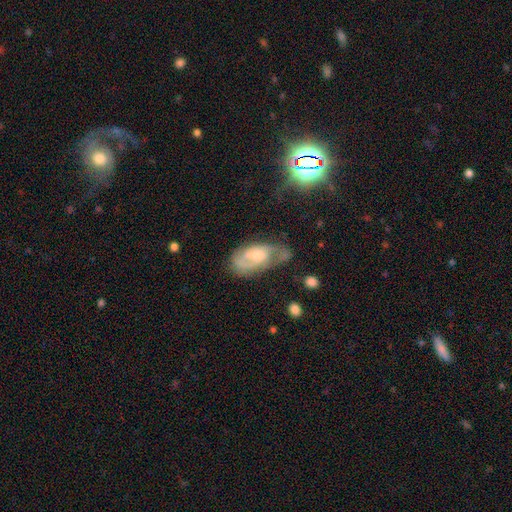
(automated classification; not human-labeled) smooth_or_featured: featured or disk (p=0.68) [alt: smooth p=0.26]
disk_edge_on: no (p=0.94) [alt: yes p=0.06]
bar: no (p=0.62) [alt: weak p=0.32]
has_spiral_arms: yes (p=0.83) [alt: no p=0.17]
spiral_winding: medium (p=0.42) [alt: tight p=0.41]
spiral_arm_count: 2 (p=0.52) [alt: can't tell p=0.26]
bulge_size: moderate (p=0.47) [alt: small p=0.43]
merging: none (p=0.46) [alt: minor disturbance p=0.31]